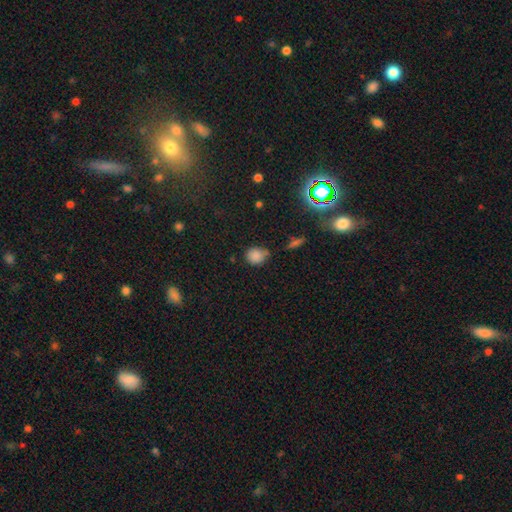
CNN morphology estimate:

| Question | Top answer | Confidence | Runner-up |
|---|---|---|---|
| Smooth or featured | smooth | 82% | star or artifact (13%) |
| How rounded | round | 75% | in between (24%) |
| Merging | none | 62% | minor disturbance (27%) |